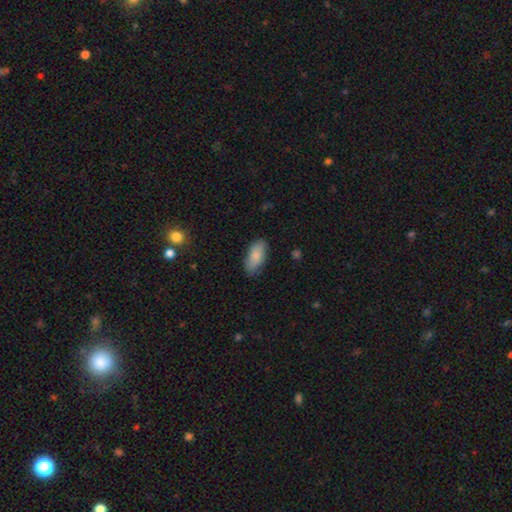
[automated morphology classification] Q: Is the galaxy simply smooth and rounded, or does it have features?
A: smooth — 85%.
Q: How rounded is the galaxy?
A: in between — 87%.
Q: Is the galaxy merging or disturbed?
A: none — 81%.